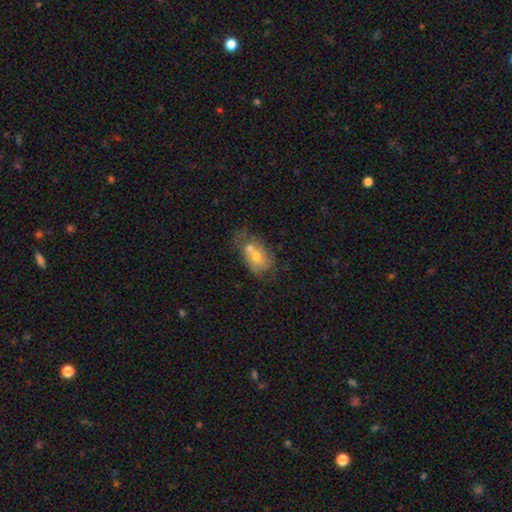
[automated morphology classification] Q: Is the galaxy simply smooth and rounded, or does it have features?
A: smooth — 56%.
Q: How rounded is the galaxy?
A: in between — 79%.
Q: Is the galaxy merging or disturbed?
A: merger — 46%.